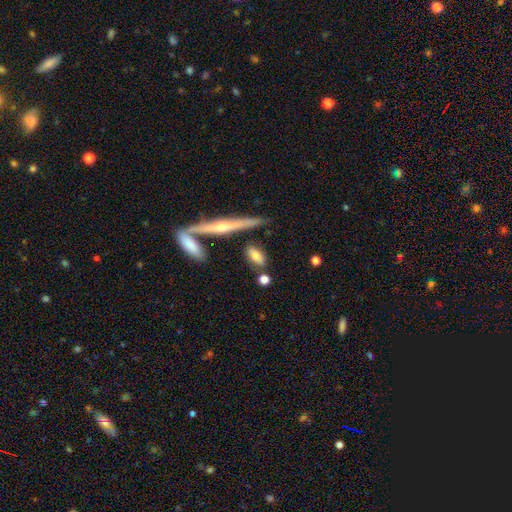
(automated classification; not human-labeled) Smooth or featured? smooth (68%)
How rounded? in between (74%)
Merging? none (72%)